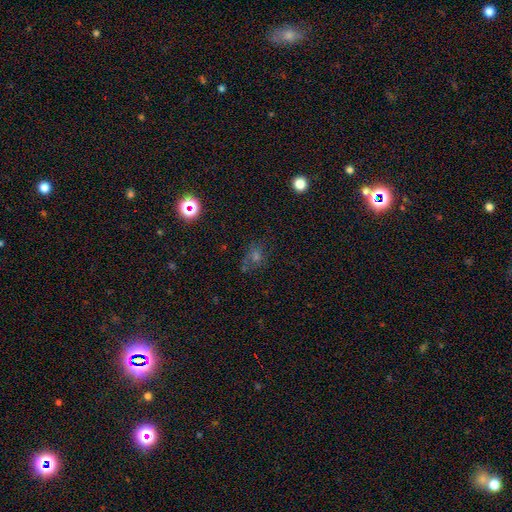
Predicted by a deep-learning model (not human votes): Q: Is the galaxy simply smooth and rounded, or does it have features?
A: smooth — 44%.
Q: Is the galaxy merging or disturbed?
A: none — 61%.